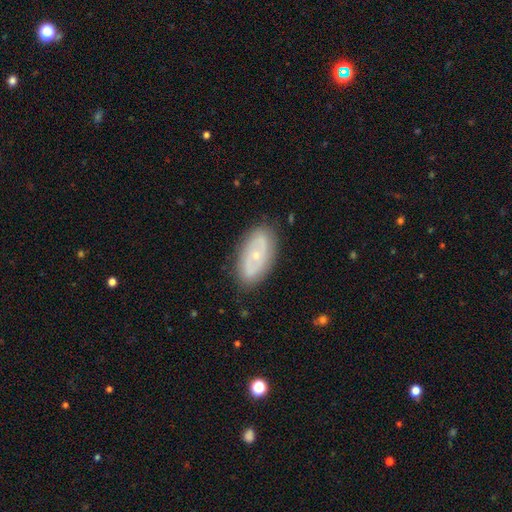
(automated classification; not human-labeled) This appears to be a featured or disk galaxy (66%) with no bar (71%), spiral arms (64%) and a small central bulge (67%). Merging: none (83%).